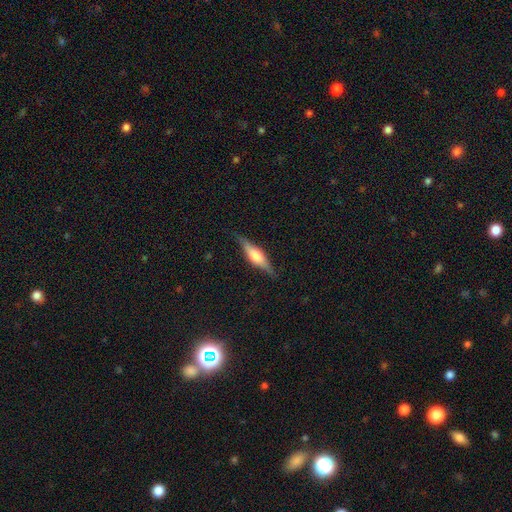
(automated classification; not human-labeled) A featured or disk galaxy (62%) viewed edge-on (96%) with a rounded central bulge (77%). Merging: none (85%).